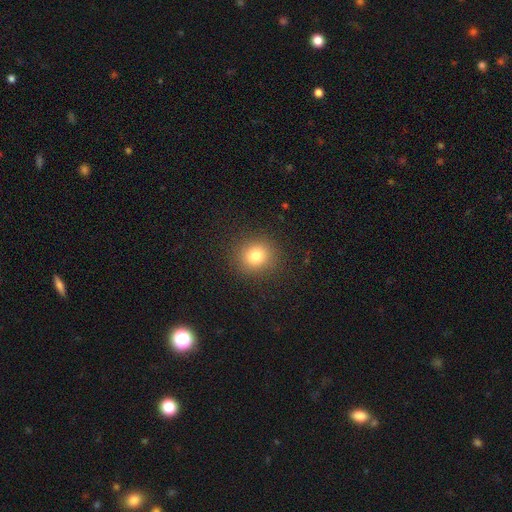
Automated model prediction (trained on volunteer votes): smooth-or-featured: smooth: 79% | star or artifact: 13% | featured or disk: 7%
  how-rounded: round: 86% | in between: 13% | cigar-shaped: 1%
  merging: none: 89% | minor disturbance: 7% | major disturbance: 3% | merger: 1%